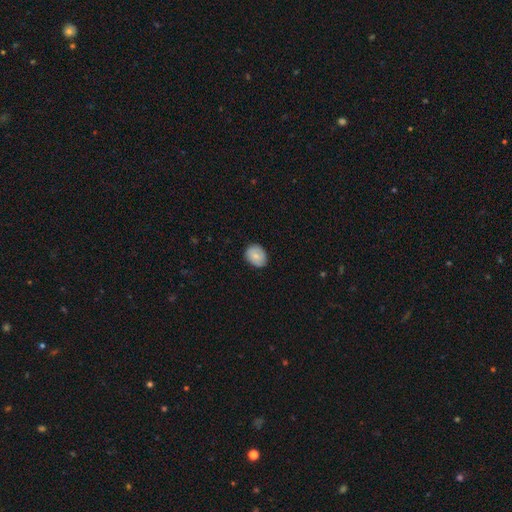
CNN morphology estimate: Smooth or featured: smooth — 75% (featured or disk — 18%)
How rounded: round — 51% (in between — 48%)
Merging: none — 81% (minor disturbance — 16%)